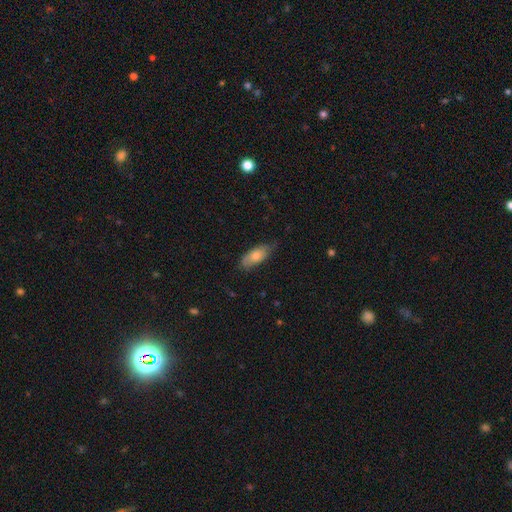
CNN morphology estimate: Overall: smooth (68%). How rounded: in between (79%). Merging: none (69%).